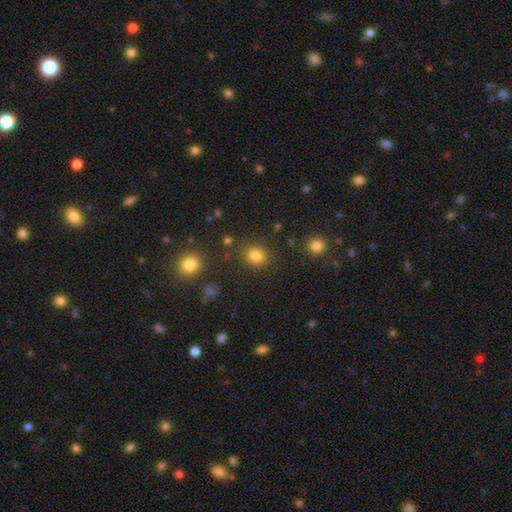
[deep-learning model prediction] This is clearly a smooth galaxy (83%). How rounded: clearly round (88%). Merging: clearly none (86%).